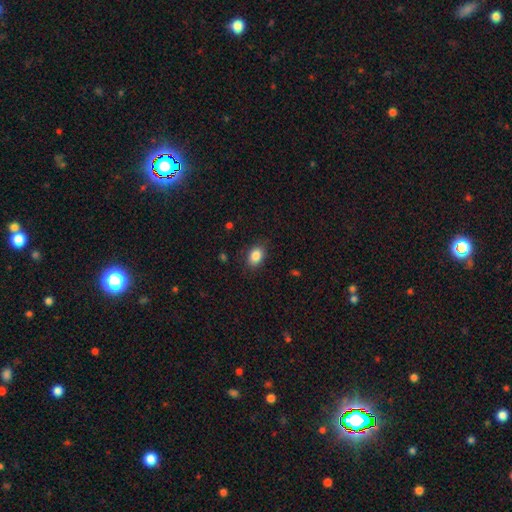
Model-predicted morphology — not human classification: Smooth or featured? Predicted: smooth (p=0.86). How rounded? Predicted: in between (p=0.78). Merging? Predicted: none (p=0.84).